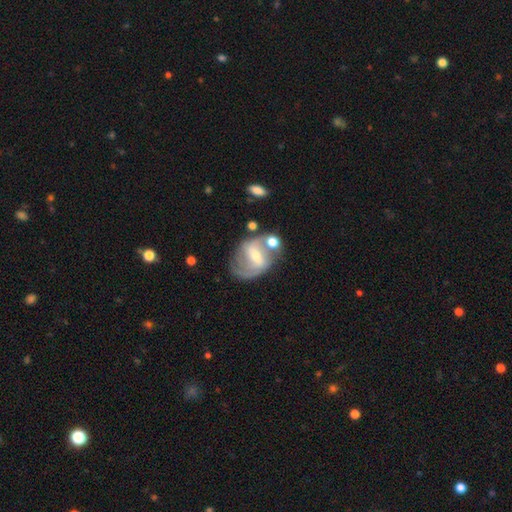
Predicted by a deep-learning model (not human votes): A featured or disk galaxy (77%) with a weak bar (47%), 2 (78%) medium (47%) spiral arms (89%) and a small central bulge (48%). Merging: none (52%).